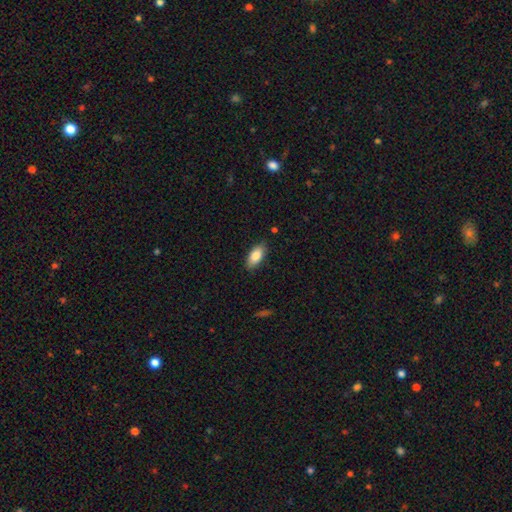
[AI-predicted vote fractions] This appears to be a smooth galaxy with no disk features (85%) that is in between round and cigar-shaped (88%). Merging: none (85%).